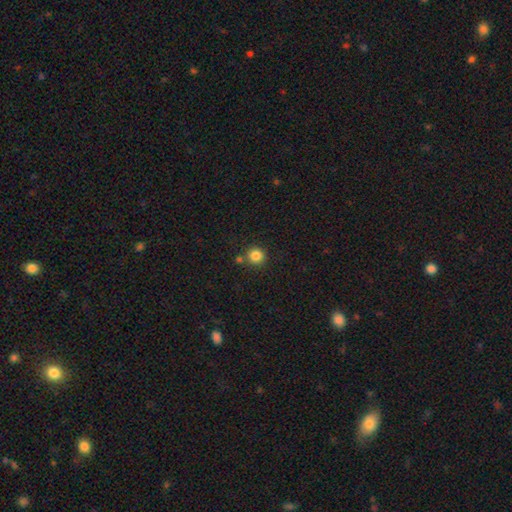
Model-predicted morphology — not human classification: A smooth galaxy with no disk features (84%) that is round (93%). Merging: none (80%).